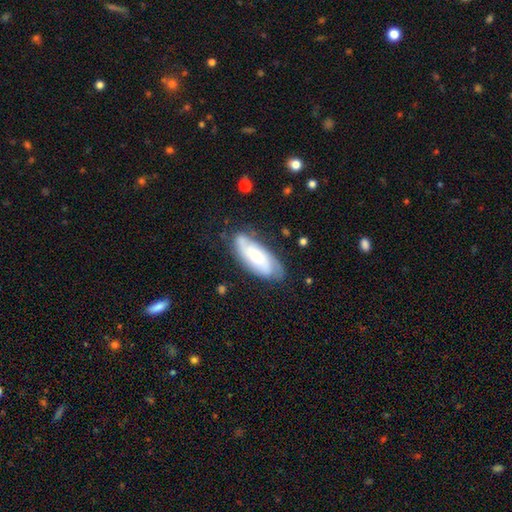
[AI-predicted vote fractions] Q: Smooth or featured?
A: featured or disk (57%); runner-up: smooth (36%)
Q: Edge-on disk?
A: no (88%); runner-up: yes (12%)
Q: Bar?
A: no (64%); runner-up: weak (27%)
Q: Spiral arms?
A: yes (88%); runner-up: no (12%)
Q: Bulge size?
A: small (43%); runner-up: moderate (37%)
Q: Merging?
A: none (72%); runner-up: minor disturbance (20%)